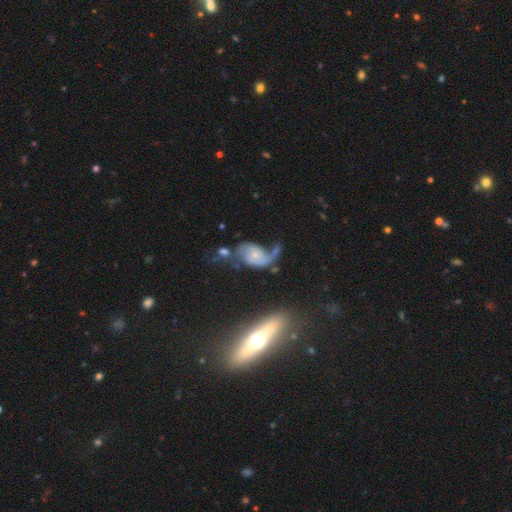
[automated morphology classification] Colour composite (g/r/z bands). It shows a featured or disk galaxy (64%) with no bar (73%), spiral arms (79%) and a small central bulge (68%). Merging: major disturbance (32%).